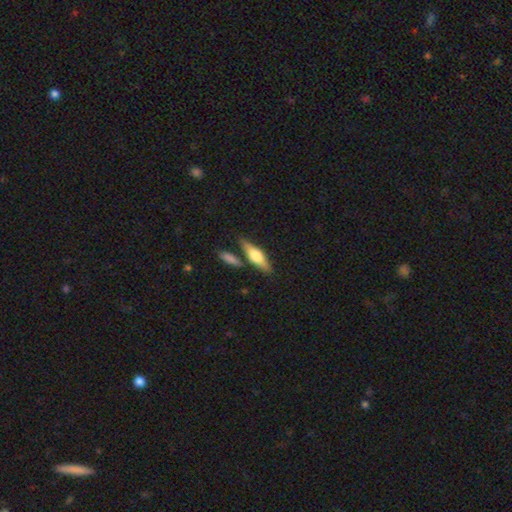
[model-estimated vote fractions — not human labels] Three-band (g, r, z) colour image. It shows a smooth galaxy with no disk features (48%). Merging: none (76%).